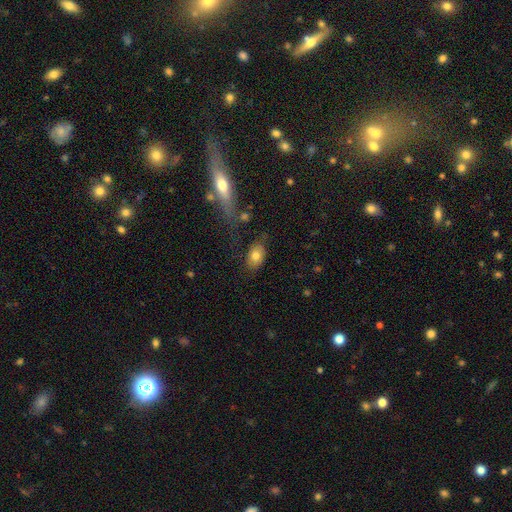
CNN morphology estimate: smooth-or-featured: smooth: 77% | featured or disk: 14% | star or artifact: 9%
  how-rounded: in between: 85% | round: 13% | cigar-shaped: 2%
  merging: none: 74% | minor disturbance: 16% | major disturbance: 6% | merger: 5%